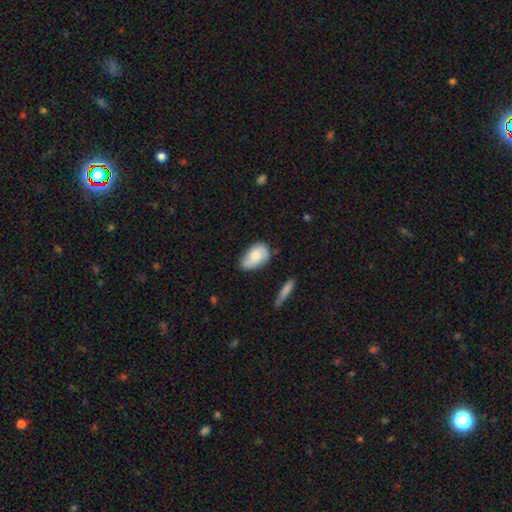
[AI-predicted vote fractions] The model was most divided on "merging": none: 54%, minor disturbance: 33%, major disturbance: 9%, merger: 5%. More confident: how rounded — in between (88%); smooth or featured — smooth (62%).